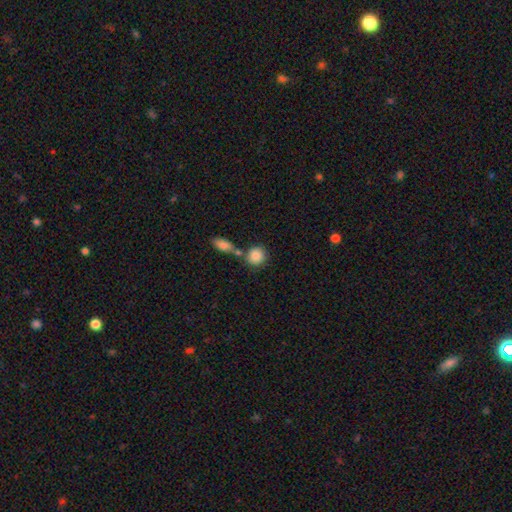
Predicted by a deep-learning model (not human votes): A smooth galaxy with no disk features (87%) that is round (82%). Merging: none (63%).